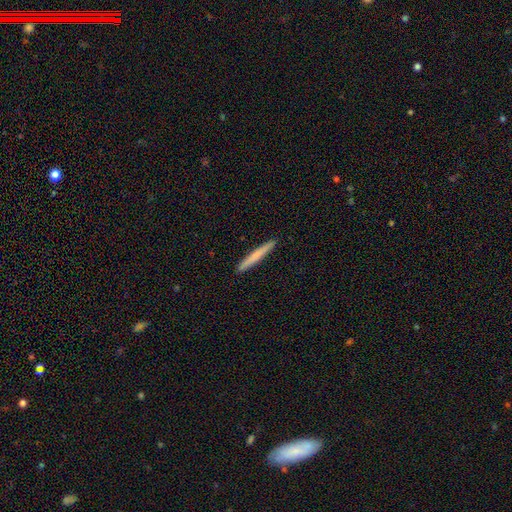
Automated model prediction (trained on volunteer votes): Morphology: type=smooth (70%); roundness=cigar-shaped (97%); merging=none (93%).